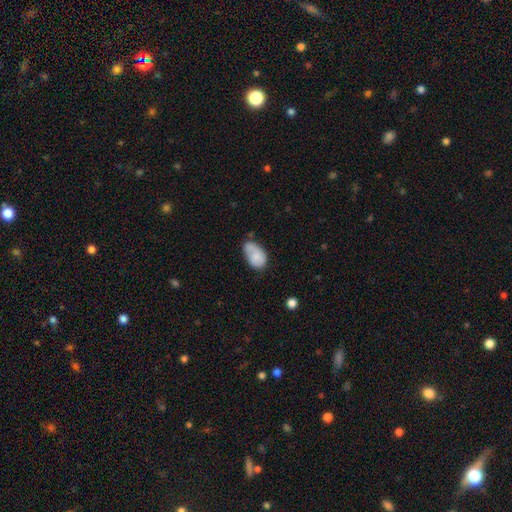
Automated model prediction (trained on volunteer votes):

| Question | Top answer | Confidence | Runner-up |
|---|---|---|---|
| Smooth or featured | smooth | 72% | featured or disk (21%) |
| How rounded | in between | 90% | round (8%) |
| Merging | none | 39% | minor disturbance (38%) |